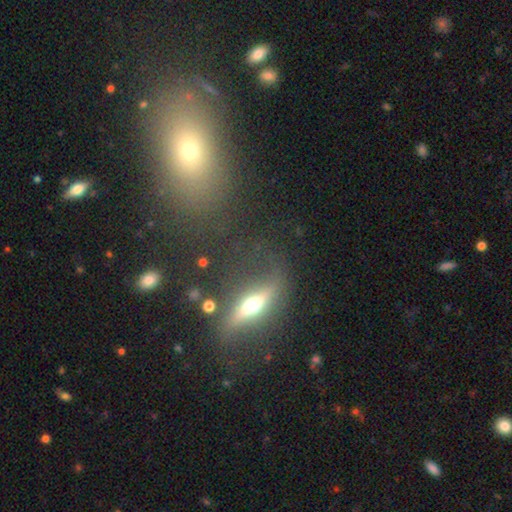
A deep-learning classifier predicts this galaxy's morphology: This is possibly a featured or disk galaxy (55%). It is likely viewed edge-on (61%). Merging: likely none (61%).